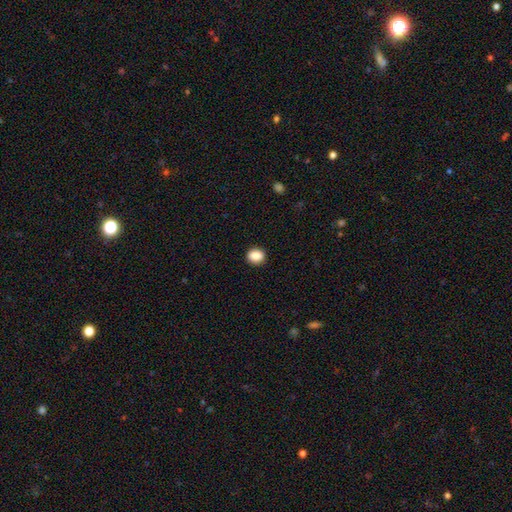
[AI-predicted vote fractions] A smooth galaxy with no disk features (88%) that is round (59%). Merging: none (90%).